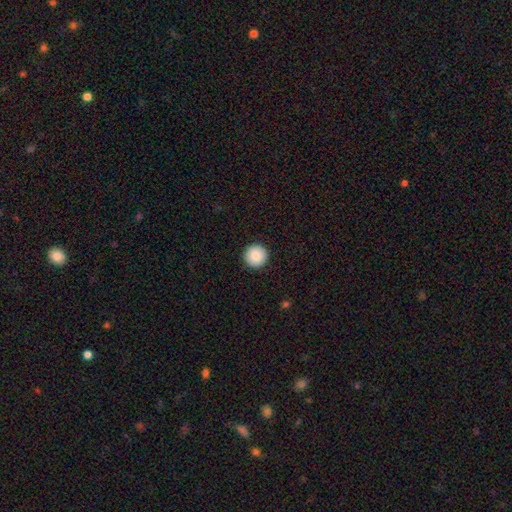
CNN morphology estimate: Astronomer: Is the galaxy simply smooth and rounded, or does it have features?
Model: smooth — 87%.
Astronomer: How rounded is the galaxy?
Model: round — 96%.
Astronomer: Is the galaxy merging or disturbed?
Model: none — 93%.